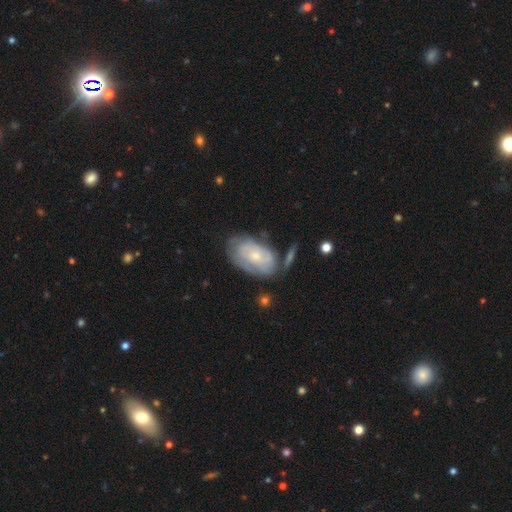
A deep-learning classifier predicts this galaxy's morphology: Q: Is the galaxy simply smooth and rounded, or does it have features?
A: featured or disk — 64%.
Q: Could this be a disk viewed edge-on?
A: no — 94%.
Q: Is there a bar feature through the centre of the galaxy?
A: no — 79%.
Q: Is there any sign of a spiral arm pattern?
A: yes — 72%.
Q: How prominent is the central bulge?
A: small — 63%.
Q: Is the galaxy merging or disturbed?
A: none — 57%.